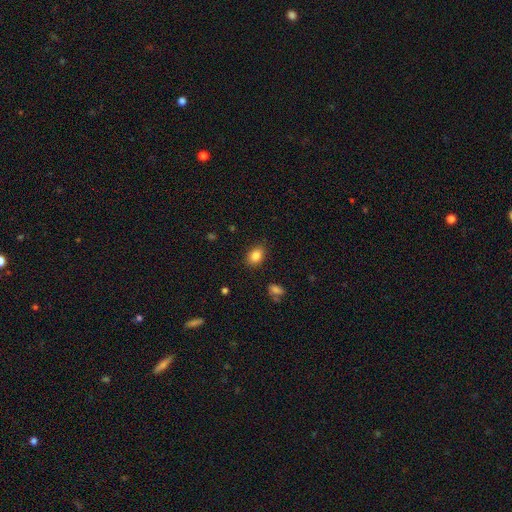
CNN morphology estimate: This appears to be a smooth galaxy with no disk features (85%) that is in between round and cigar-shaped (77%). Merging: none (85%).